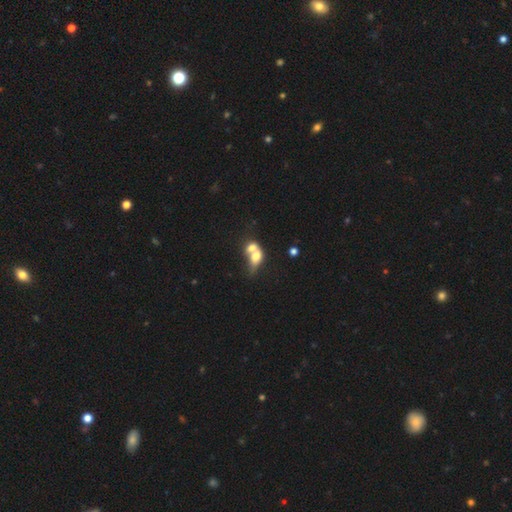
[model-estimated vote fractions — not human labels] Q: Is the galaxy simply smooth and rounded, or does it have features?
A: smooth — 64%.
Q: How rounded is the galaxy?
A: in between — 64%.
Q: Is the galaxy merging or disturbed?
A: merger — 73%.